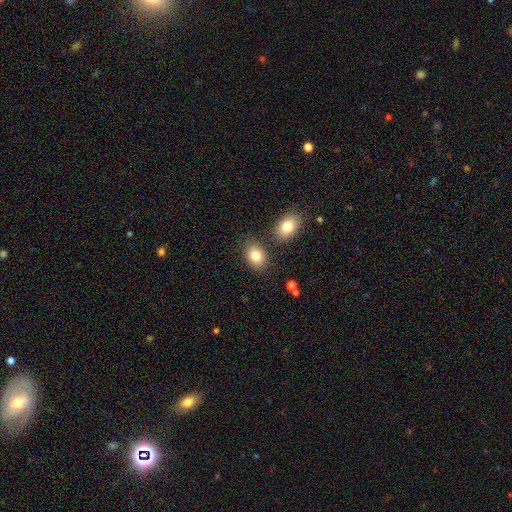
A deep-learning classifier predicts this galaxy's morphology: smooth 81%, featured or disk 10%, star or artifact 9%. Down the decision tree: how rounded — in between (77%); merging — none (78%).